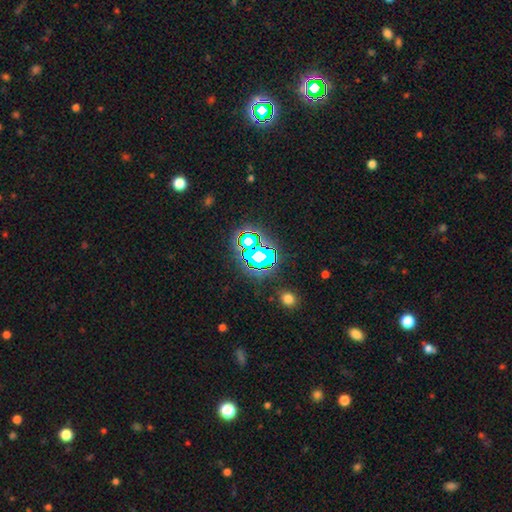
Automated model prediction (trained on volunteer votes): This is likely a star or artifact rather than a galaxy (71%).